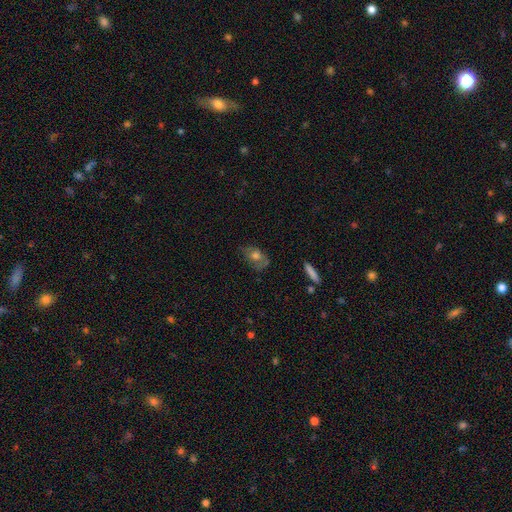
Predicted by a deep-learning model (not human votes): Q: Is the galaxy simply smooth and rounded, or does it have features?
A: smooth — 55%.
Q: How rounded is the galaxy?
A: in between — 77%.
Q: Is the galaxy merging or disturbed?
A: none — 56%.